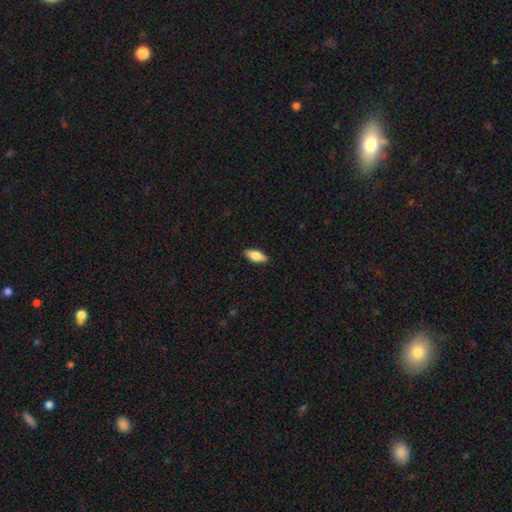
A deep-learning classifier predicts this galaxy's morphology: type=smooth (76%); roundness=in between (76%); merging=none (89%).